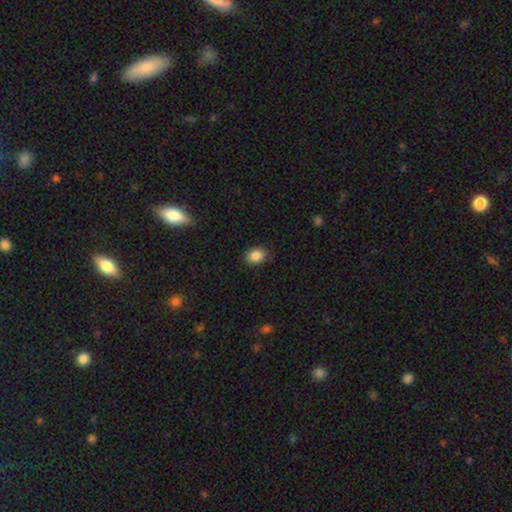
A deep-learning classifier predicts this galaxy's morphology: Smooth or featured: smooth — 86% (star or artifact — 9%)
How rounded: in between — 62% (round — 37%)
Merging: none — 82% (minor disturbance — 14%)